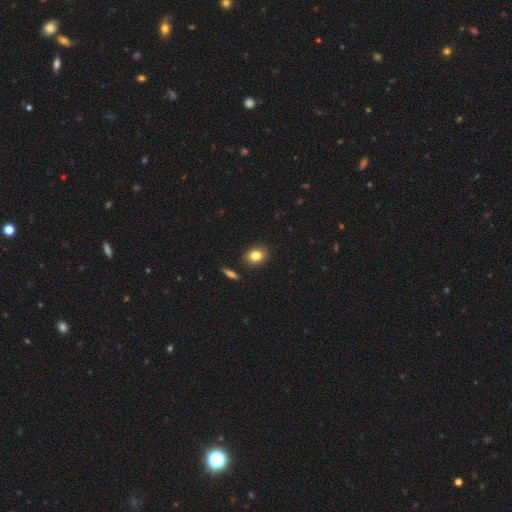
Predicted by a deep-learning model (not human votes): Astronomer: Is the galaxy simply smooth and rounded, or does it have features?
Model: smooth — 82%.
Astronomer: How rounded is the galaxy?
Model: in between — 56% (runner-up: round, 43%).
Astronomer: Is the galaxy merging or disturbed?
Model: none — 88%.